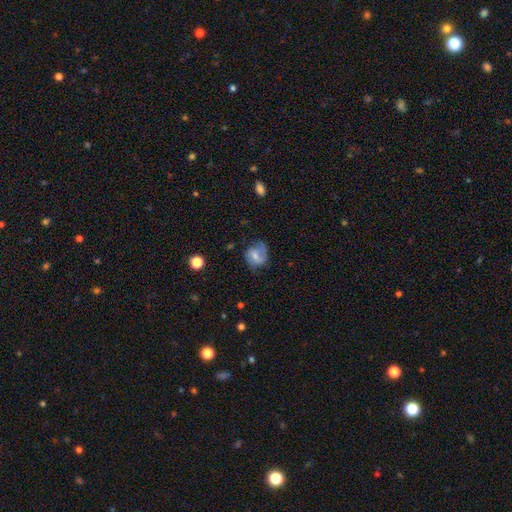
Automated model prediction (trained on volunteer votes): Smooth or featured? featured or disk (48%)
Merging? none (56%)